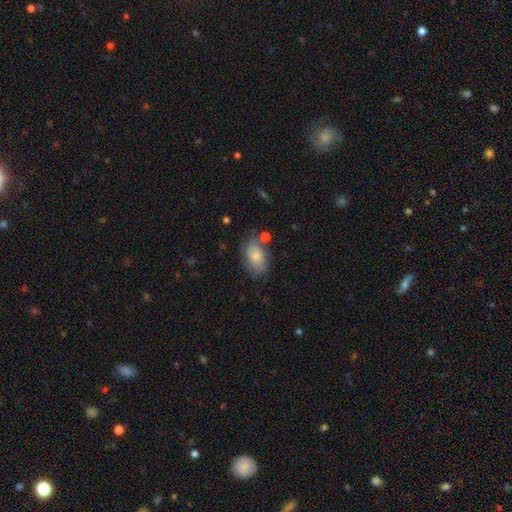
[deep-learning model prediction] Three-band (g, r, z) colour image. It shows a smooth galaxy with no disk features (71%) that is in between round and cigar-shaped (88%). Merging: none (57%).